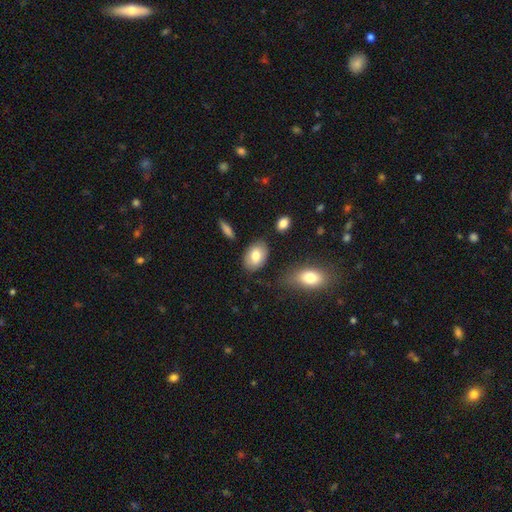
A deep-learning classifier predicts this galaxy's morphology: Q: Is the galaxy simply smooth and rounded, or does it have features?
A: smooth — 78%.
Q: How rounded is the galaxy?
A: in between — 87%.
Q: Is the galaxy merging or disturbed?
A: none — 78%.